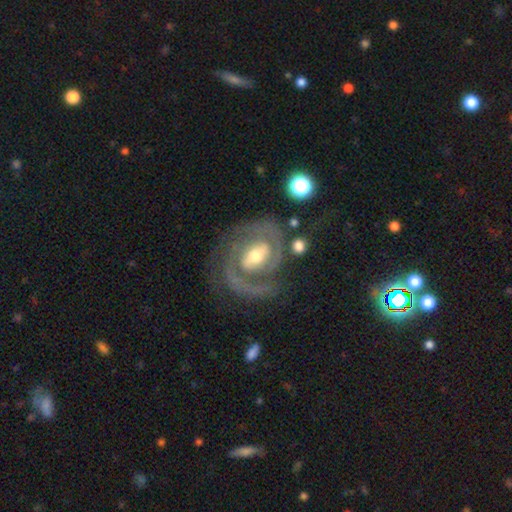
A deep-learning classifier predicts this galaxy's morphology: Smooth or featured? featured or disk (88%)
Edge-on disk? no (97%)
Bar? weak (43%)
Spiral arms? yes (95%)
Spiral winding? medium (45%)
Spiral arm count? 2 (72%)
Bulge size? moderate (63%)
Merging? none (67%)